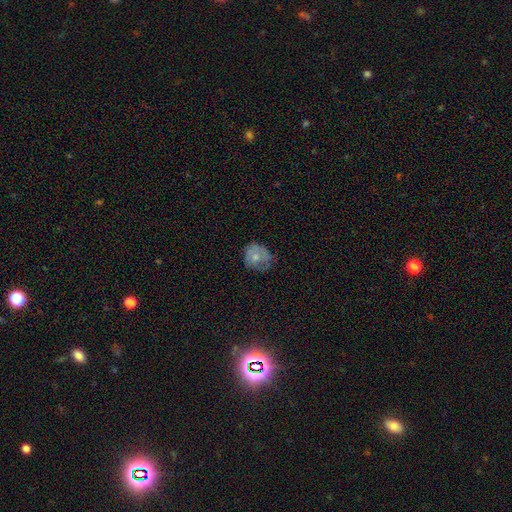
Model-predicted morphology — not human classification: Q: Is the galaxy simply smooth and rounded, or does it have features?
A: smooth — 61%.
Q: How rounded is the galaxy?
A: round — 72%.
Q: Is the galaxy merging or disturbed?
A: none — 58%.